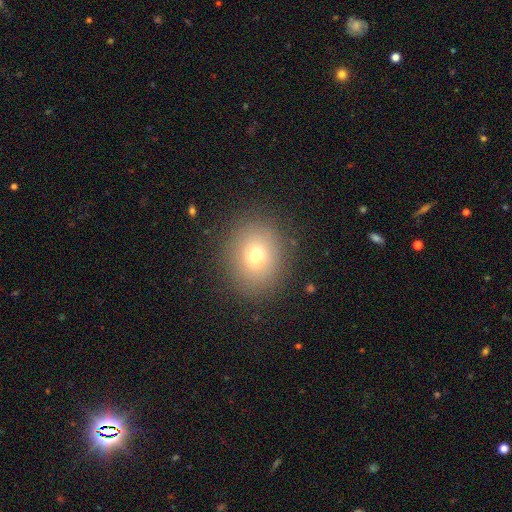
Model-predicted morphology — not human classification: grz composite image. It shows a smooth galaxy with no disk features (71%) that is round (70%). Merging: none (86%).